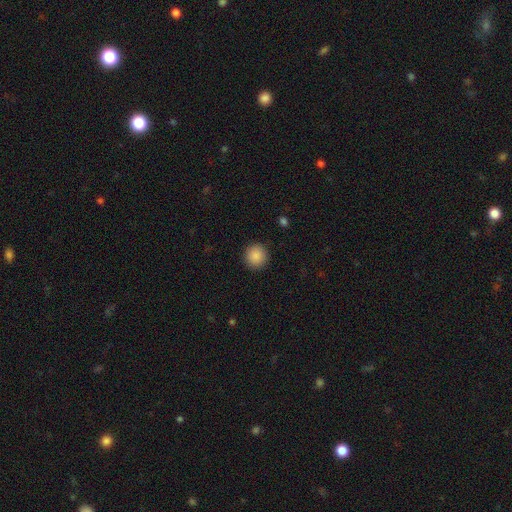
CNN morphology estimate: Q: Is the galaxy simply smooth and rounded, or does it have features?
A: smooth — 88%.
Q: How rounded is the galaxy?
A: round — 94%.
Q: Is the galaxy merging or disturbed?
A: none — 92%.